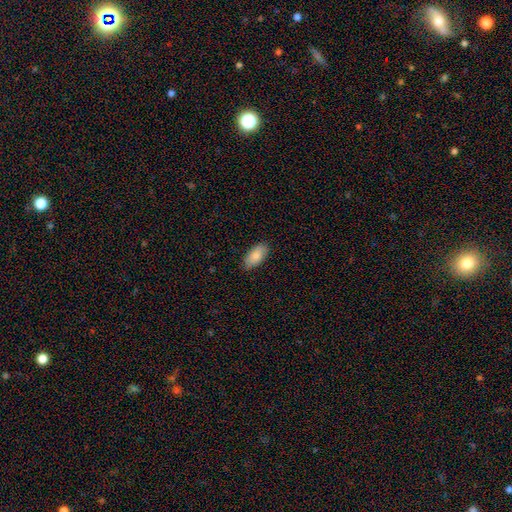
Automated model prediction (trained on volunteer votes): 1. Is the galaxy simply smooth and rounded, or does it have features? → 85% smooth, 9% featured or disk, 6% star or artifact.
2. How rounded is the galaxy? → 93% in between, 4% cigar-shaped, 2% round.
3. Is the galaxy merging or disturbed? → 85% none, 12% minor disturbance, 2% major disturbance, 1% merger.